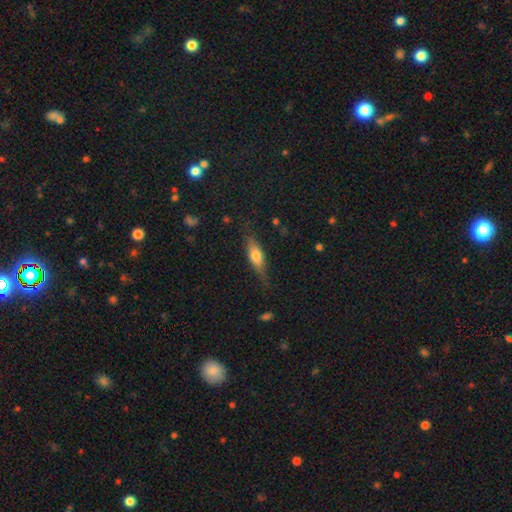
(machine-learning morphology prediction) Smooth or featured? Predicted: smooth (p=0.60). How rounded? Predicted: in between (p=0.53). Merging? Predicted: none (p=0.69).